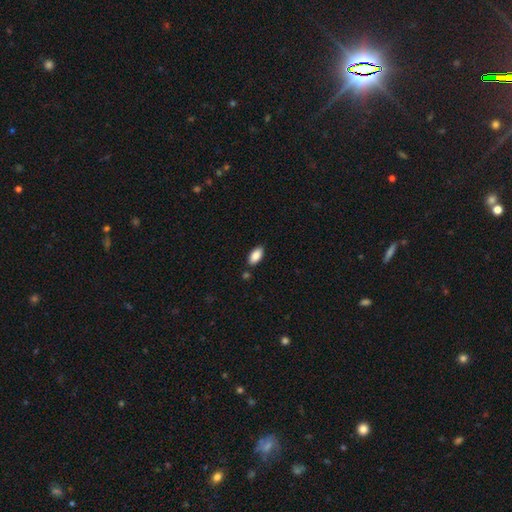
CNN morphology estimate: smooth 88%, star or artifact 7%, featured or disk 5%. Down the decision tree: how rounded — in between (92%); merging — none (84%).